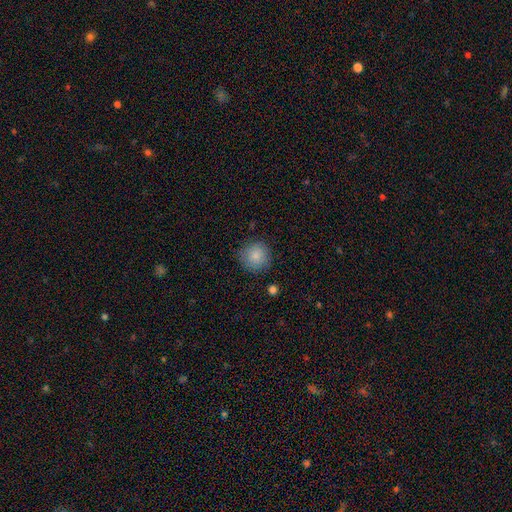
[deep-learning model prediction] smooth-or-featured: smooth: 86% | star or artifact: 8% | featured or disk: 6%
  how-rounded: round: 92% | in between: 7% | cigar-shaped: 1%
  merging: none: 85% | minor disturbance: 11% | major disturbance: 3% | merger: 2%